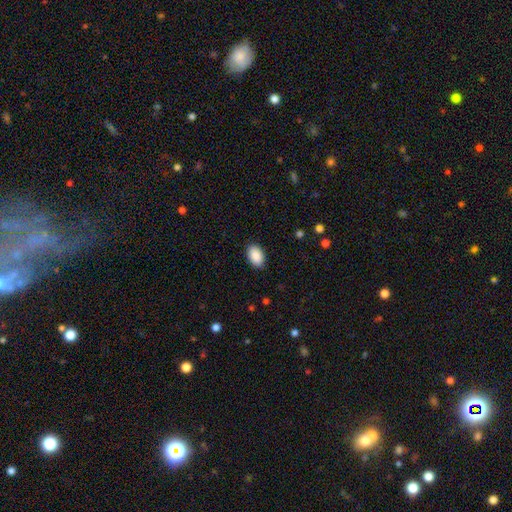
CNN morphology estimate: Q: Smooth or featured?
A: smooth (90%); runner-up: star or artifact (7%)
Q: How rounded?
A: in between (91%); runner-up: round (8%)
Q: Merging?
A: none (89%); runner-up: minor disturbance (8%)